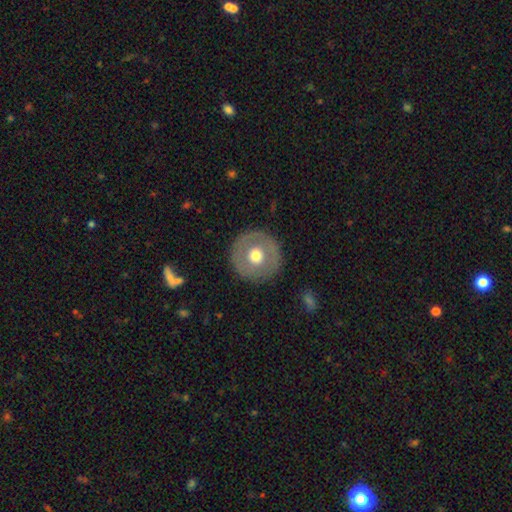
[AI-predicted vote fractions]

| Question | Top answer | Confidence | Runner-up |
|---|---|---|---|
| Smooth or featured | smooth | 53% | featured or disk (40%) |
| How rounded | round | 96% | in between (3%) |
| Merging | none | 88% | minor disturbance (8%) |